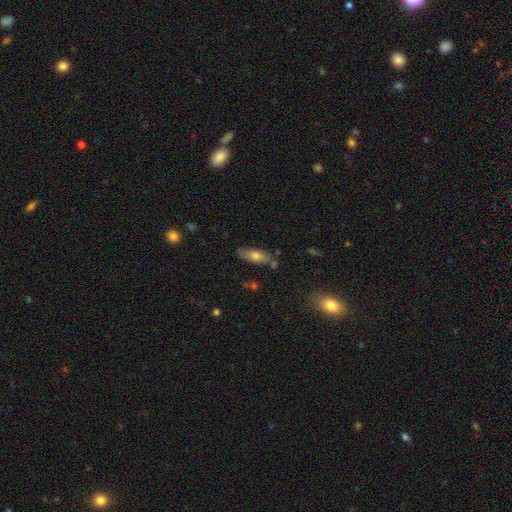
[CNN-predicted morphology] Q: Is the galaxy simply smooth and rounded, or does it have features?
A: smooth — 62%.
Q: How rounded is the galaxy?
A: in between — 60%.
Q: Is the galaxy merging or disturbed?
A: none — 76%.